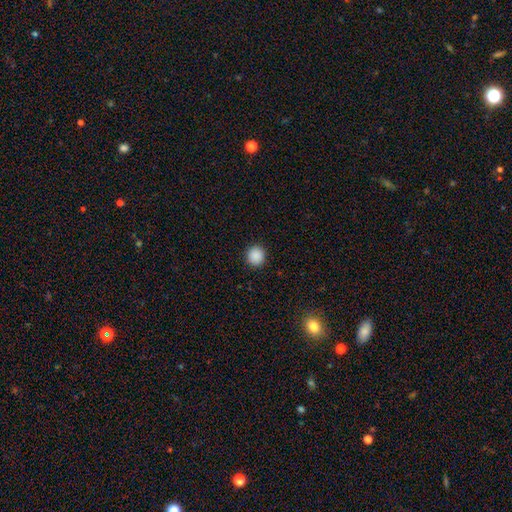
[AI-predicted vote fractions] Smooth or featured? Predicted: smooth (p=0.89). How rounded? Predicted: round (p=0.93). Merging? Predicted: none (p=0.92).